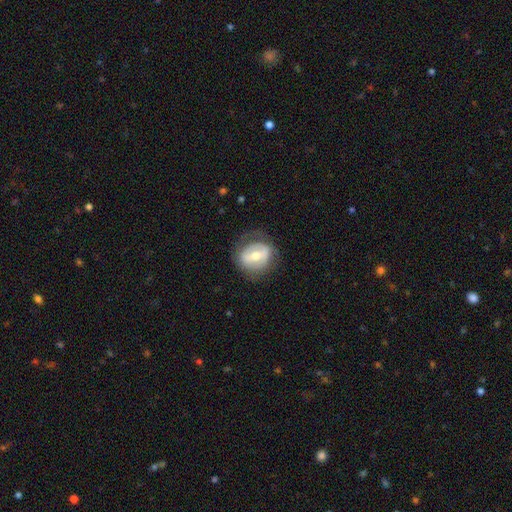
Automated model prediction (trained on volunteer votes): Morphology: type=featured or disk (57%); edge-on=no (93%); bar=strong (46%); spiral arms=no (66%); bulge=moderate (68%); merging=none (67%).